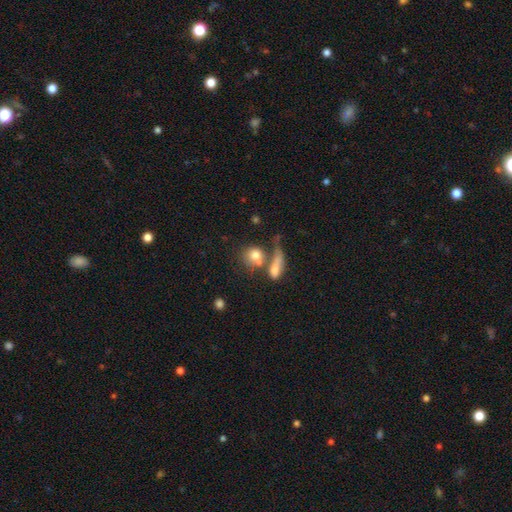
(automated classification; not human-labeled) The model was most divided on "merging": merger: 40%, none: 38%, major disturbance: 11%, minor disturbance: 11%. More confident: smooth or featured — smooth (76%); how rounded — round (75%).